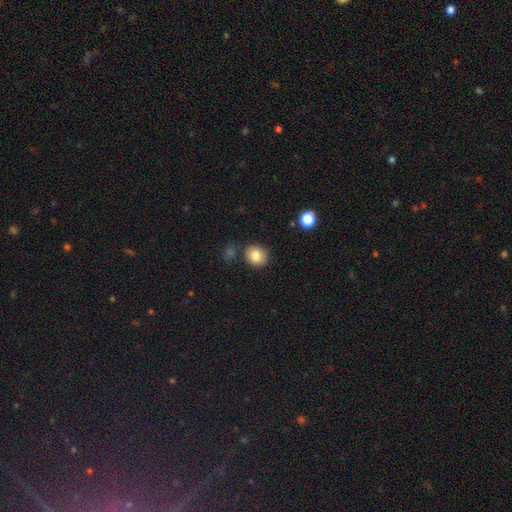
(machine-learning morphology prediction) A smooth galaxy with no disk features (83%) that is round (79%). Merging: none (81%).